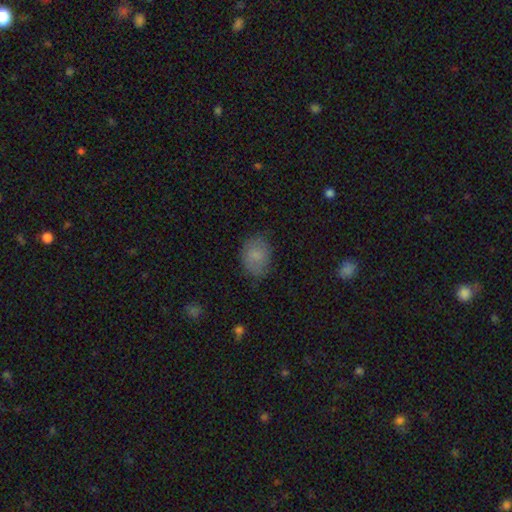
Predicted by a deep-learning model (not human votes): Q: Smooth or featured?
A: smooth (77%); runner-up: featured or disk (14%)
Q: How rounded?
A: in between (63%); runner-up: round (36%)
Q: Merging?
A: none (66%); runner-up: minor disturbance (25%)